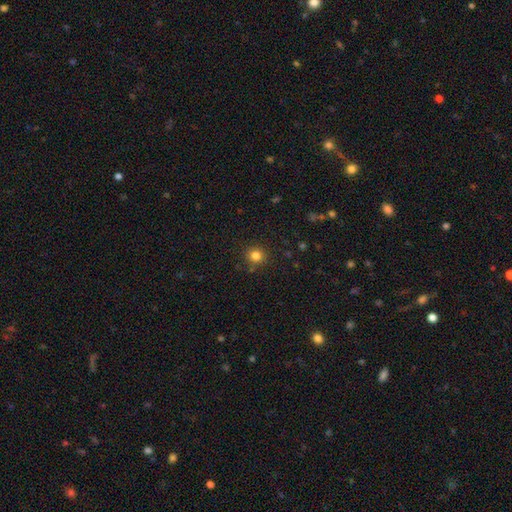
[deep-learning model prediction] Smooth or featured? Predicted: smooth (p=0.81). How rounded? Predicted: round (p=0.91). Merging? Predicted: none (p=0.87).